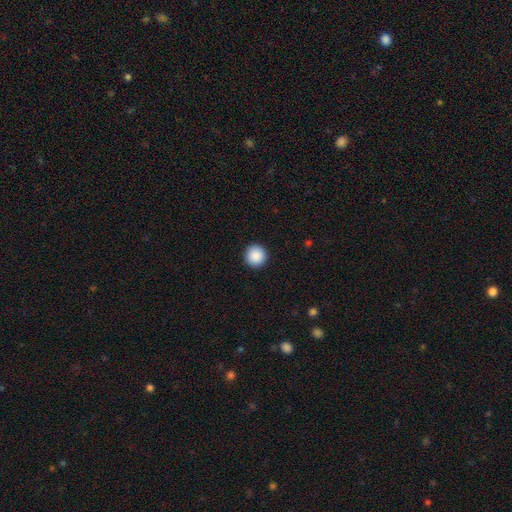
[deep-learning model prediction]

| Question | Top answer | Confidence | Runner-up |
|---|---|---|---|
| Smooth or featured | smooth | 89% | star or artifact (8%) |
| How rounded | round | 95% | in between (4%) |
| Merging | none | 93% | minor disturbance (4%) |